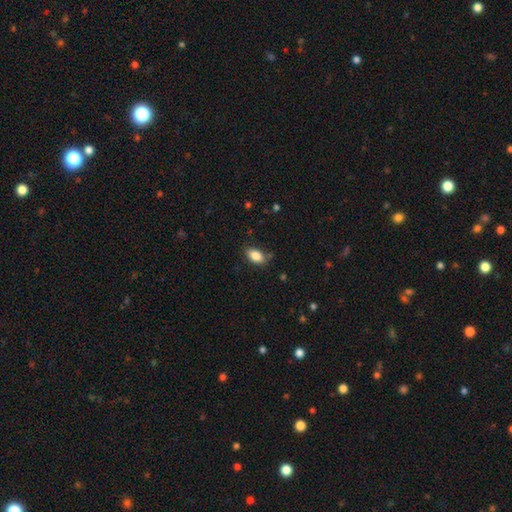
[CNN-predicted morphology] Smooth or featured? smooth (86%)
How rounded? in between (91%)
Merging? none (81%)